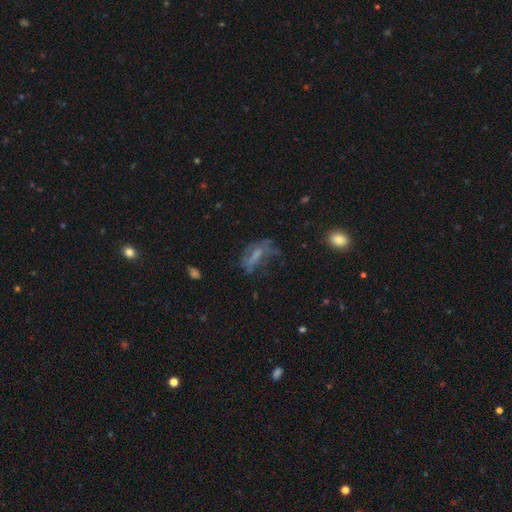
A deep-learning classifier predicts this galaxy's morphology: Q: Smooth or featured?
A: featured or disk (43%); runner-up: smooth (38%)
Q: Merging?
A: none (40%); runner-up: major disturbance (33%)